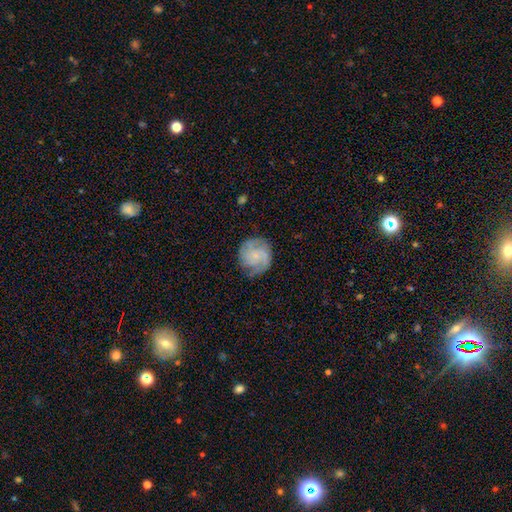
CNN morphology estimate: smooth-or-featured: featured or disk: 69% | smooth: 24% | star or artifact: 7%
  disk-edge-on: no: 98% | yes: 2%
    bar: no: 71% | weak: 25% | strong: 4%
    has-spiral-arms: yes: 94% | no: 6%
      spiral-winding: tight: 50% | medium: 38% | loose: 12%
      spiral-arm-count: 2: 40% | can't tell: 22% | 3: 22% | 4: 6% | 1: 6% | more than 4: 5%
    bulge-size: small: 62% | none: 22% | moderate: 13% | large: 2% | dominant: 1%
  merging: none: 74% | minor disturbance: 17% | major disturbance: 7% | merger: 1%